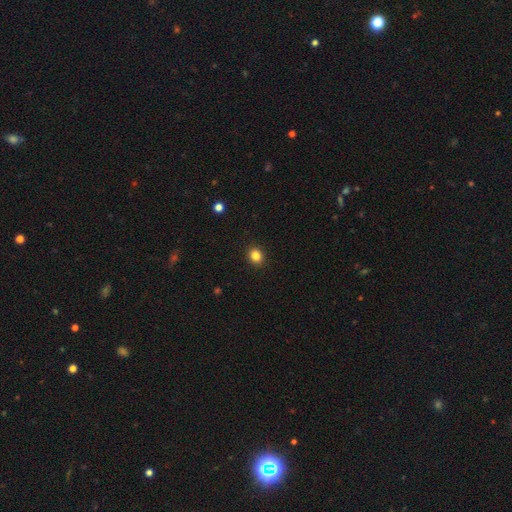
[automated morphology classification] Q: Smooth or featured?
A: smooth (84%); runner-up: star or artifact (11%)
Q: How rounded?
A: round (75%); runner-up: in between (24%)
Q: Merging?
A: none (91%); runner-up: minor disturbance (6%)